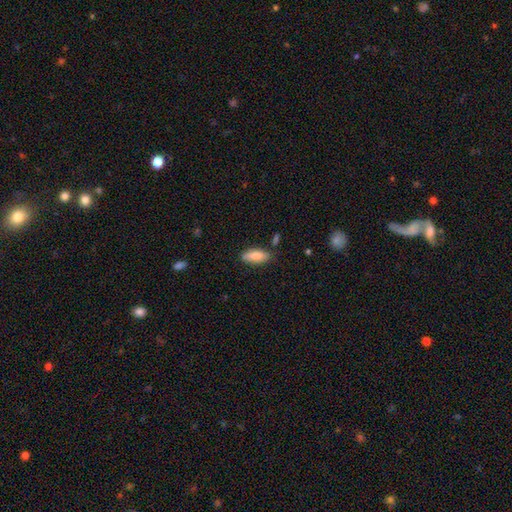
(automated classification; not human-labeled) A smooth galaxy with no disk features (82%) that is in between round and cigar-shaped (72%).

Vote fractions:
- Smooth or featured? smooth: 82% / featured or disk: 12% / star or artifact: 6%
- How rounded? in between: 72% / cigar-shaped: 26% / round: 2%
- Merging? none: 79% / minor disturbance: 15% / merger: 4% / major disturbance: 3%